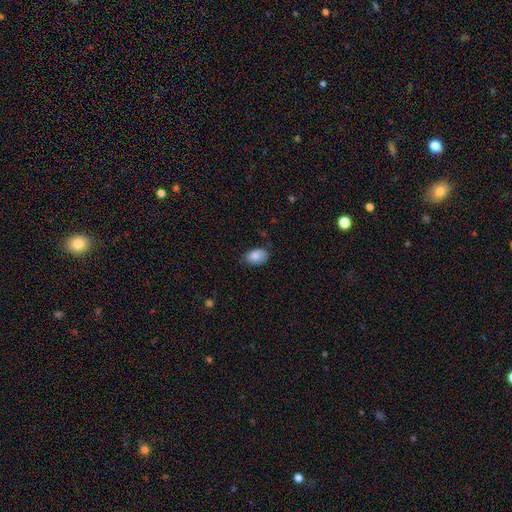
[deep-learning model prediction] Smooth or featured: smooth — 85% (featured or disk — 8%)
How rounded: in between — 86% (round — 13%)
Merging: none — 71% (minor disturbance — 24%)